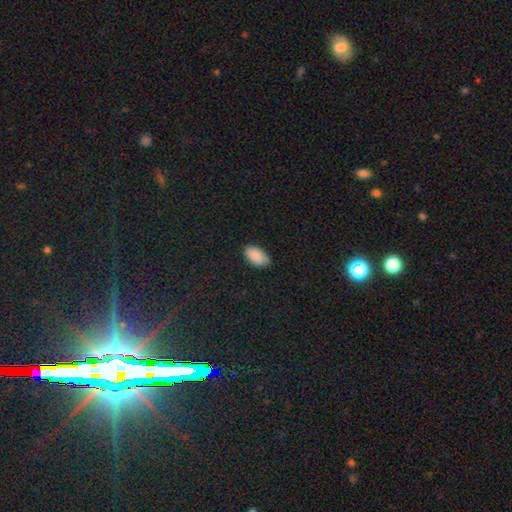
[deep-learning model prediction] Overall: smooth (90%). How rounded: in between (95%). Merging: none (84%).